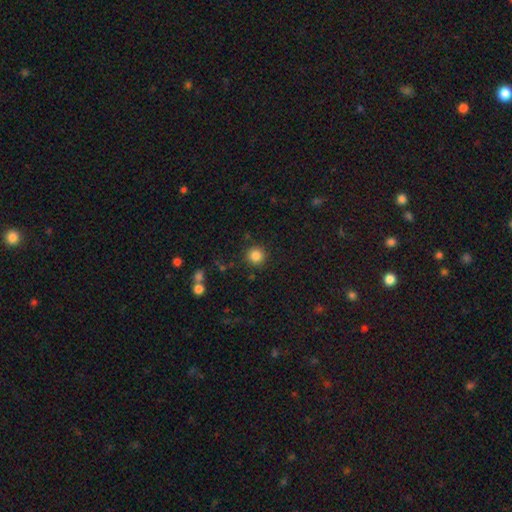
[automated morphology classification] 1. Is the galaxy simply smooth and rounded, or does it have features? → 85% smooth, 11% star or artifact, 4% featured or disk.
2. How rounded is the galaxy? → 94% round, 5% in between, 1% cigar-shaped.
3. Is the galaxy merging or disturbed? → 89% none, 6% minor disturbance, 2% major disturbance, 2% merger.